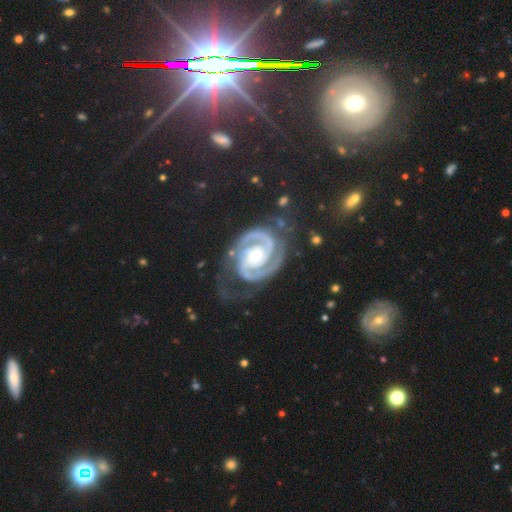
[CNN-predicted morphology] smooth_or_featured: featured or disk (p=0.93) [alt: star or artifact p=0.04]
disk_edge_on: no (p=0.98) [alt: yes p=0.02]
bar: no (p=0.62) [alt: weak p=0.25]
has_spiral_arms: yes (p=0.99) [alt: no p=0.01]
spiral_winding: tight (p=0.67) [alt: medium p=0.29]
spiral_arm_count: 2 (p=0.90) [alt: 3 p=0.03]
bulge_size: moderate (p=0.58) [alt: small p=0.32]
merging: none (p=0.67) [alt: minor disturbance p=0.20]